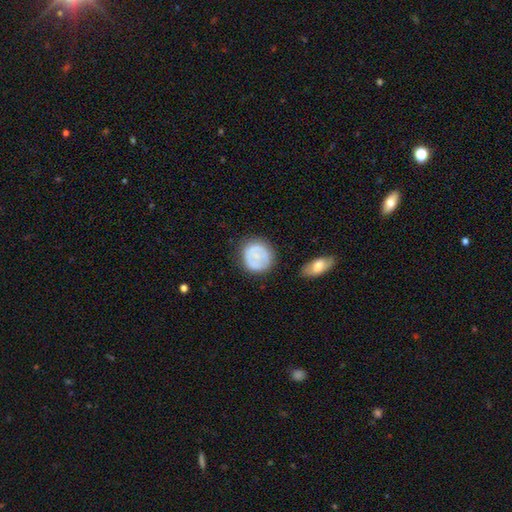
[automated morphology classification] Smooth or featured: smooth — 66% (featured or disk — 28%)
How rounded: round — 90% (in between — 9%)
Merging: none — 76% (minor disturbance — 15%)